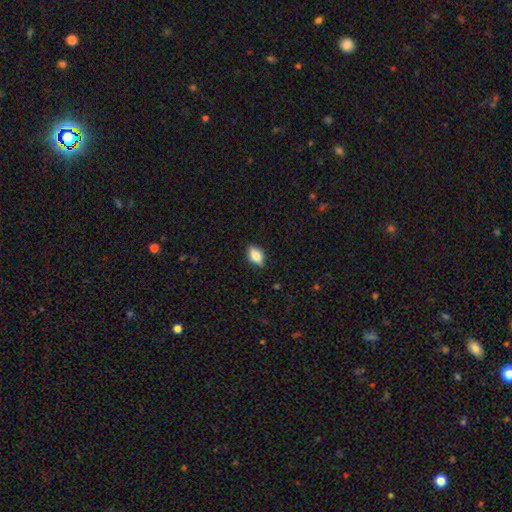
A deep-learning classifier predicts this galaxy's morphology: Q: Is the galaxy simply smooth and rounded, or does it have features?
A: smooth — 75%.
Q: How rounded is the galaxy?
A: in between — 86%.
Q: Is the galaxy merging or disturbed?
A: none — 85%.